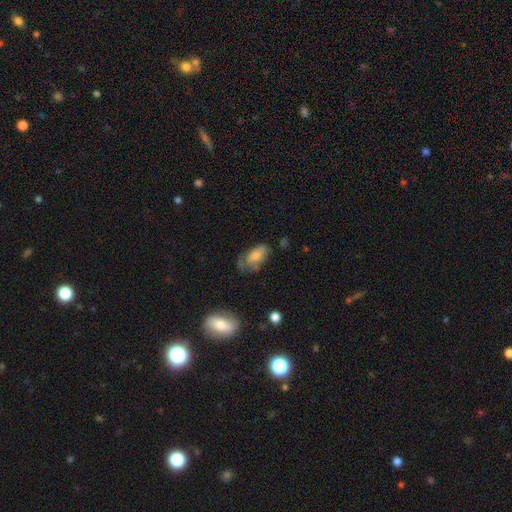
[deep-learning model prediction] Smooth or featured? Predicted: smooth (p=0.73). How rounded? Predicted: in between (p=0.91). Merging? Predicted: none (p=0.46).